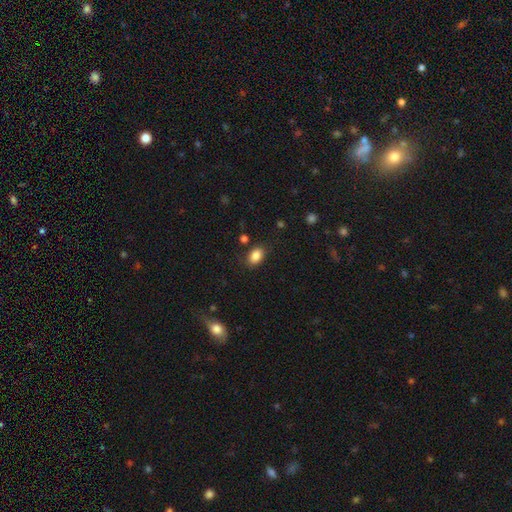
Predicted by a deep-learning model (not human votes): This is clearly a smooth galaxy (86%). How rounded: clearly in between (83%). Merging: clearly none (83%).